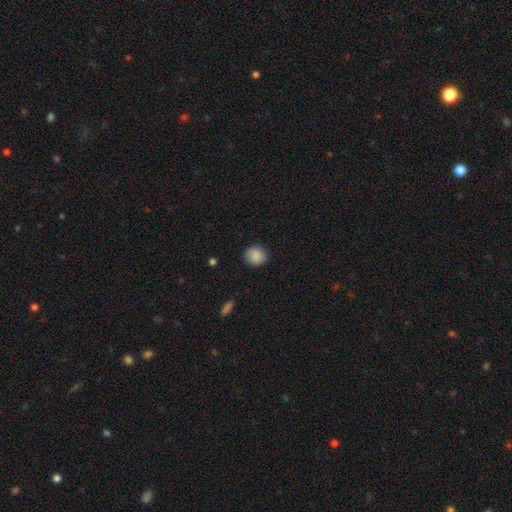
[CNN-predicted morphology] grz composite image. It shows a smooth galaxy with no disk features (87%) that is round (83%). Merging: none (83%).